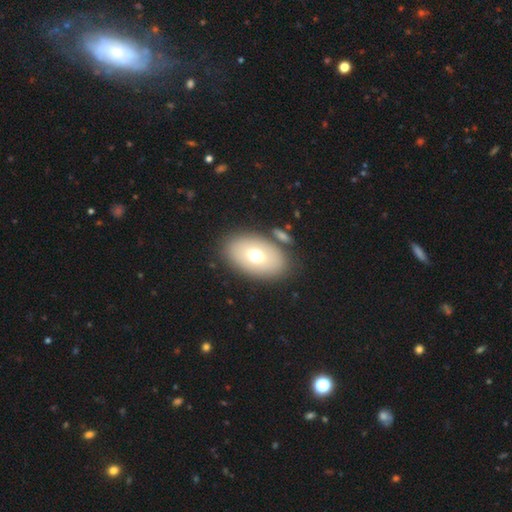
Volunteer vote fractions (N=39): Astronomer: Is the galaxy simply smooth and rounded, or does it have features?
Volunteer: smooth — 62%.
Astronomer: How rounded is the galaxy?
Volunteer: in between — 88%.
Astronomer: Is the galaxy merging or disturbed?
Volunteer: none — 86%.